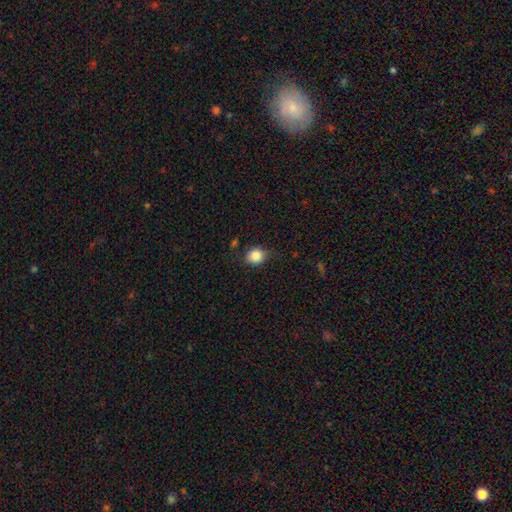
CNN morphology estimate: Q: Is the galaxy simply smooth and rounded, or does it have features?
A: smooth — 85%.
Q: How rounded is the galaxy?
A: round — 67%.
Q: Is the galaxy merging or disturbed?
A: none — 73%.